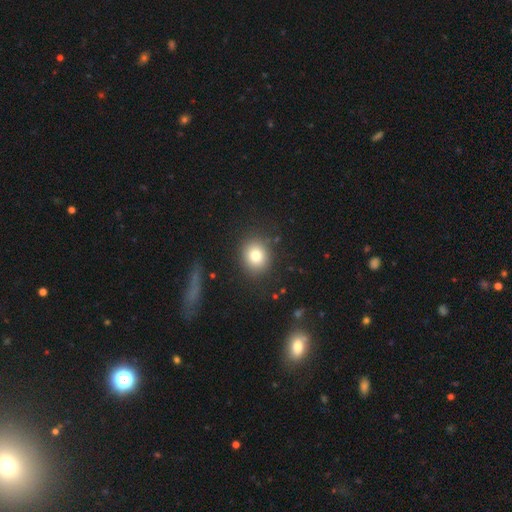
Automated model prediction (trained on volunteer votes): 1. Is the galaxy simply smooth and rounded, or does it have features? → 79% smooth, 11% star or artifact, 10% featured or disk.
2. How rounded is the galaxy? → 72% round, 27% in between, 1% cigar-shaped.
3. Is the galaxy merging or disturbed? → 85% none, 9% minor disturbance, 4% major disturbance, 2% merger.